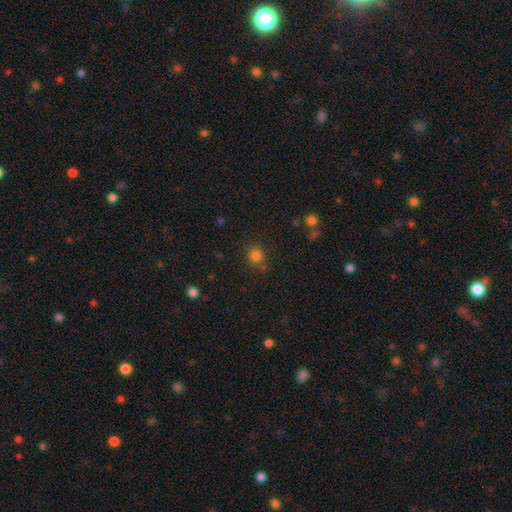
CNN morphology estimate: smooth 78%, star or artifact 16%, featured or disk 6%. Down the decision tree: how rounded — round (80%); merging — none (77%).